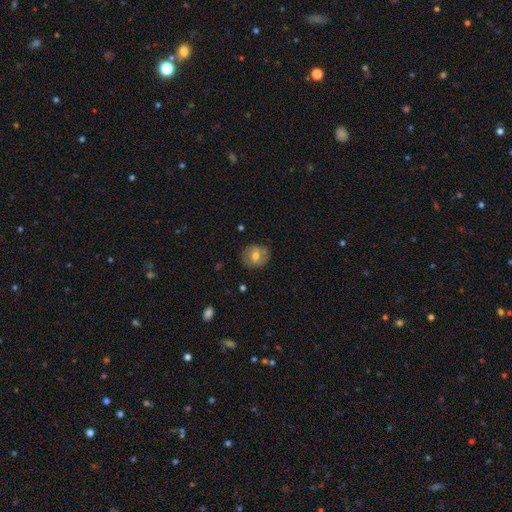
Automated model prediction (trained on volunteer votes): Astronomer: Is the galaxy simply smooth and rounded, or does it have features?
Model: smooth — 60%.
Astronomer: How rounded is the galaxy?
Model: round — 80%.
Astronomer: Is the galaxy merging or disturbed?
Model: none — 78%.